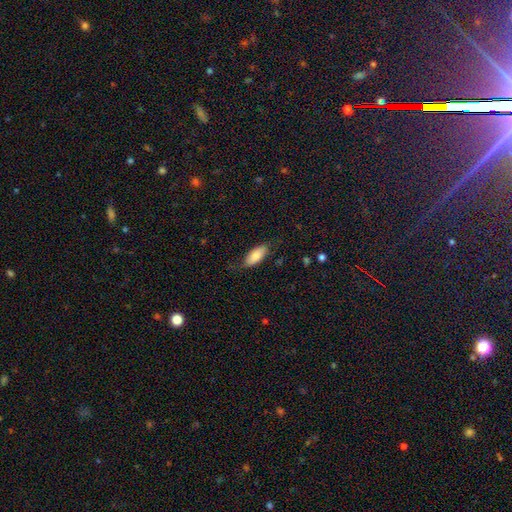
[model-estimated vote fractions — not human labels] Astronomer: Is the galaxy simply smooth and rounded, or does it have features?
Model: smooth — 80%.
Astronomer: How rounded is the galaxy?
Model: in between — 84%.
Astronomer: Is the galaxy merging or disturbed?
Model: none — 72%.